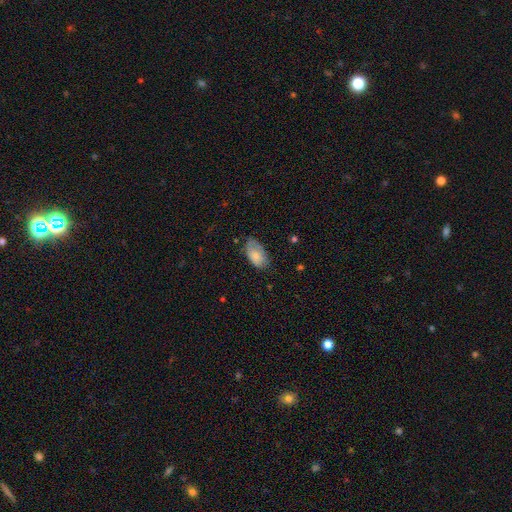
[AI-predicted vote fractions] This is likely a smooth galaxy (77%). How rounded: clearly in between (94%). Merging: likely none (62%).